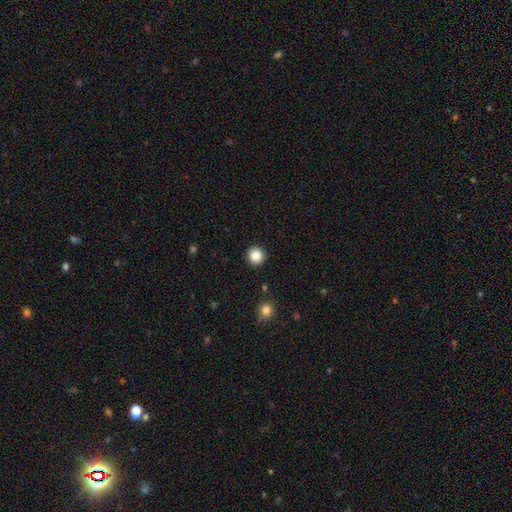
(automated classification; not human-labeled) A smooth galaxy with no disk features (87%) that is round (95%). Merging: none (92%).